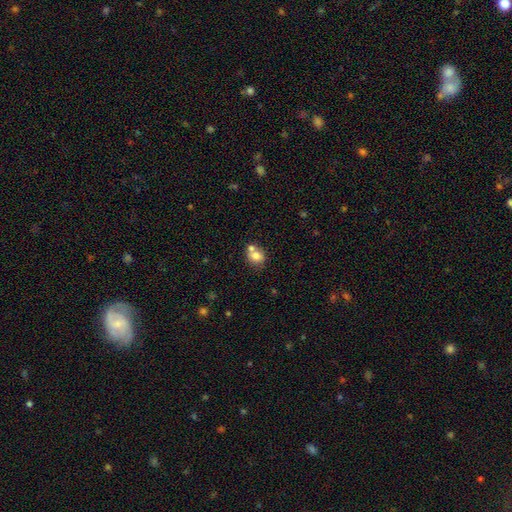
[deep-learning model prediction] Smooth or featured? smooth (76%)
How rounded? round (65%)
Merging? none (48%)